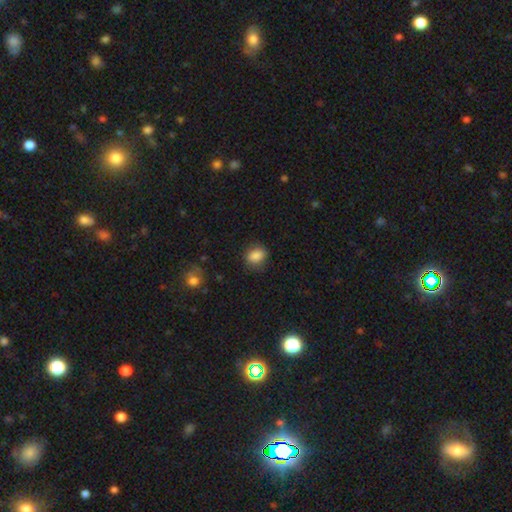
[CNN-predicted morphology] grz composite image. It shows a smooth galaxy with no disk features (86%) that is in between round and cigar-shaped (58%). Merging: none (79%).